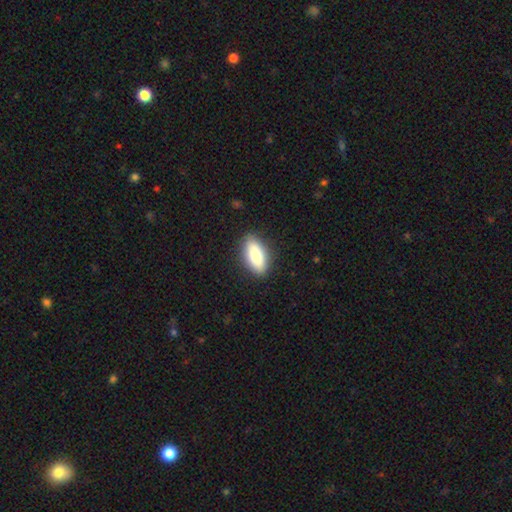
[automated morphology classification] smooth 84%, featured or disk 10%, star or artifact 6%. Down the decision tree: how rounded — in between (83%); merging — none (86%).